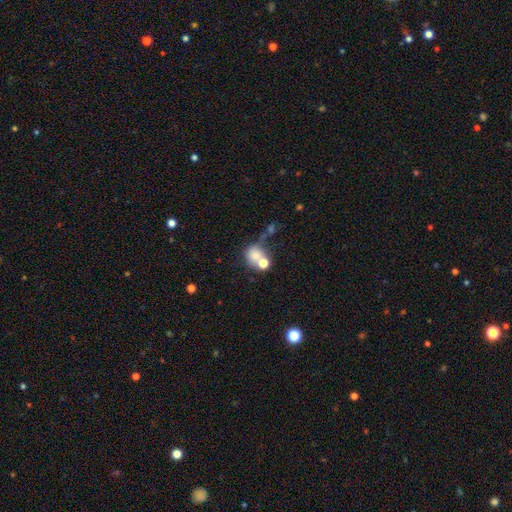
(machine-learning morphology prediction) Smooth or featured?
  - smooth: 72% *
  - featured or disk: 16%
  - star or artifact: 13%
How rounded?
  - round: 73% *
  - in between: 26%
  - cigar-shaped: 1%
Merging?
  - merger: 45% *
  - none: 34%
  - minor disturbance: 11%
  - major disturbance: 10%